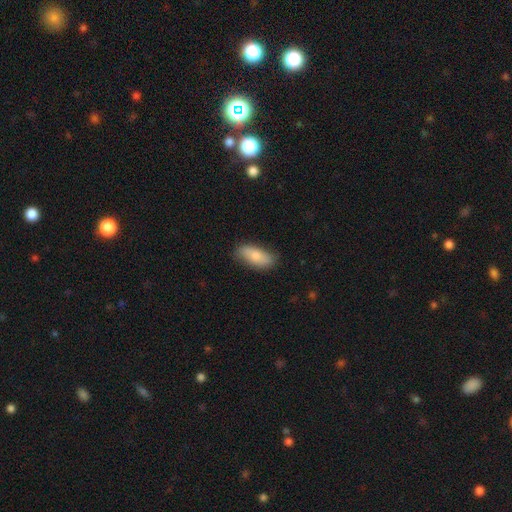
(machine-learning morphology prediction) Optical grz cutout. It shows a smooth galaxy with no disk features (77%) that is in between round and cigar-shaped (85%). Merging: none (78%).